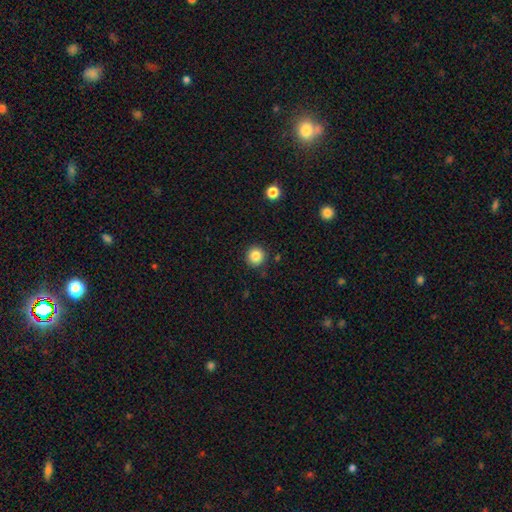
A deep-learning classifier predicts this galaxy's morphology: smooth-or-featured: smooth: 85% | star or artifact: 10% | featured or disk: 5%
  how-rounded: round: 94% | in between: 5% | cigar-shaped: 1%
  merging: none: 90% | minor disturbance: 6% | major disturbance: 2% | merger: 2%